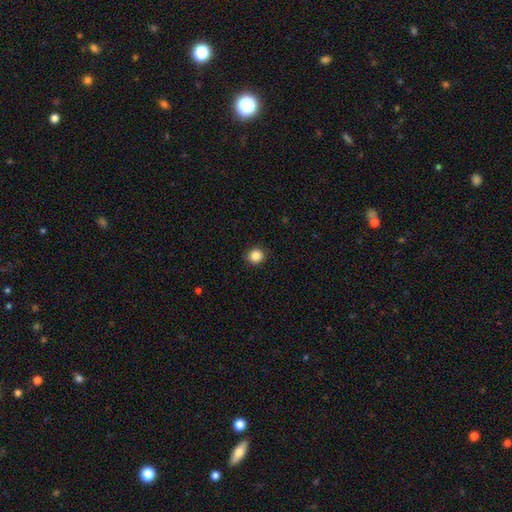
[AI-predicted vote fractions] Morphology: type=smooth (86%); roundness=round (90%); merging=none (91%).